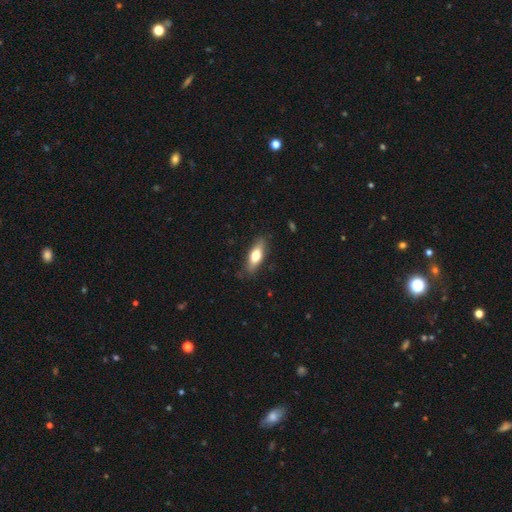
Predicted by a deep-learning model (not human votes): Q: Smooth or featured?
A: smooth (64%); runner-up: featured or disk (29%)
Q: How rounded?
A: in between (62%); runner-up: cigar-shaped (35%)
Q: Merging?
A: none (82%); runner-up: minor disturbance (14%)